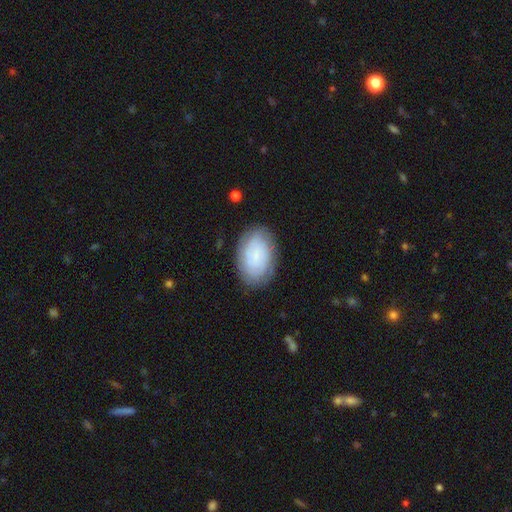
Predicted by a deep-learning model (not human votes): A smooth galaxy with no disk features (48%).

Vote fractions:
- Smooth or featured? smooth: 48% / featured or disk: 44% / star or artifact: 9%
- Merging? none: 80% / minor disturbance: 14% / major disturbance: 4% / merger: 1%